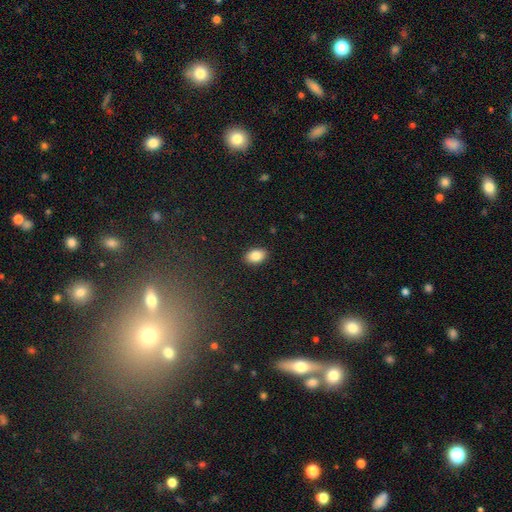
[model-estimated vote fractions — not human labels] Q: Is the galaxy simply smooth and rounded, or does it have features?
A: smooth — 86%.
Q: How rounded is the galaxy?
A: in between — 87%.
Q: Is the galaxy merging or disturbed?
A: none — 90%.